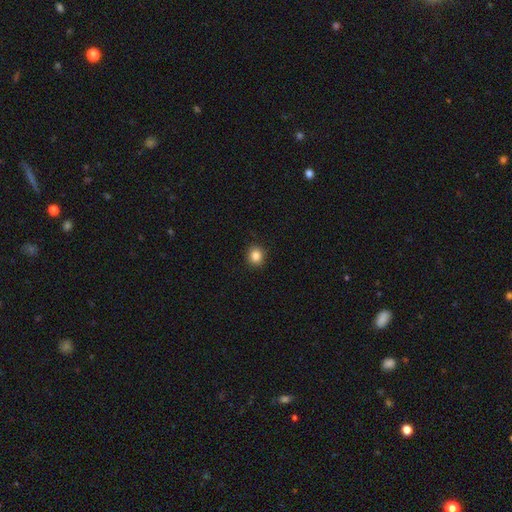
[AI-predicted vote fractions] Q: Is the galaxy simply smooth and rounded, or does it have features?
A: smooth — 85%.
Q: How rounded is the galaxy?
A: round — 84%.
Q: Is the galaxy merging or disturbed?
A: none — 90%.